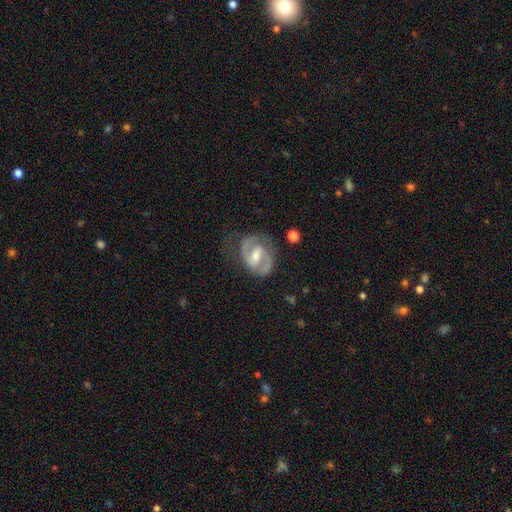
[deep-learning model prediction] Overall: featured or disk (85%). Edge-on disk: no (97%). Bar: weak (49%; strong 36%). Spiral arms: yes (93%). Spiral arm count: 2 (87%). Spiral winding: medium (52%; tight 35%). Bulge size: moderate (57%; small 31%). Merging: none (66%).